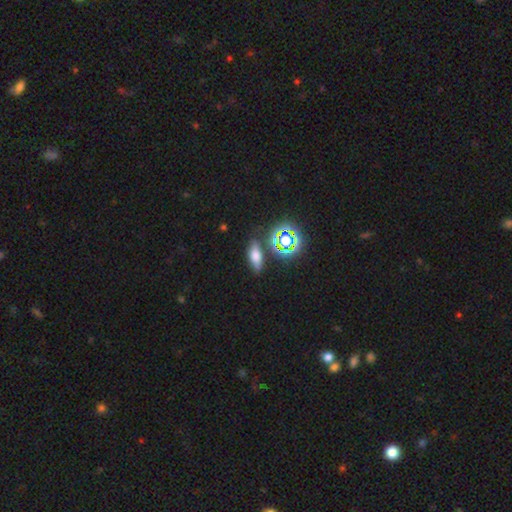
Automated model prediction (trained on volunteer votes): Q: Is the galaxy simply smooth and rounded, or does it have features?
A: smooth — 58%.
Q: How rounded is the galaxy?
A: in between — 67%.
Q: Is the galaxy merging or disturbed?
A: none — 77%.